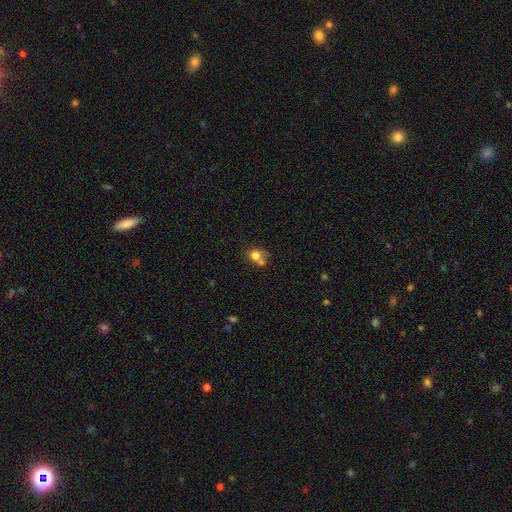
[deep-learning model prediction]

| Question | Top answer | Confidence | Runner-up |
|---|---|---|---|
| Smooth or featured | smooth | 74% | featured or disk (14%) |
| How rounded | round | 64% | in between (35%) |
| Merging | merger | 43% | none (34%) |